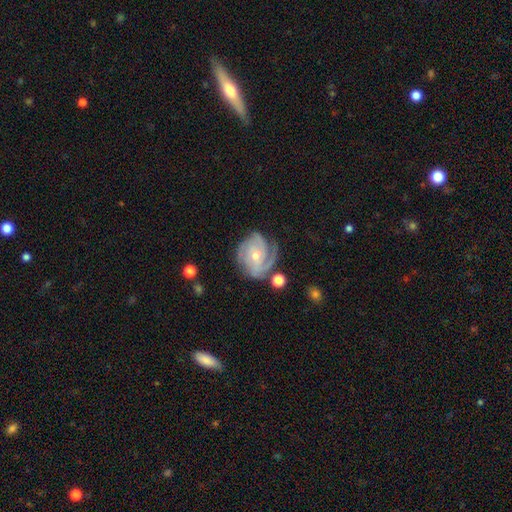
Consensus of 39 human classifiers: Smooth or featured? 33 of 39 (85%) said featured or disk. Edge-on disk? 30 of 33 (91%) said no. Bar? 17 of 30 (57%) said no. Spiral arms? 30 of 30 (100%) said yes. Spiral winding? 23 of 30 (77%) said tight. Spiral arm count? 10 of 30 (33%) said 4. Bulge size? 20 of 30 (67%) said small. Merging? 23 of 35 (66%) said none.